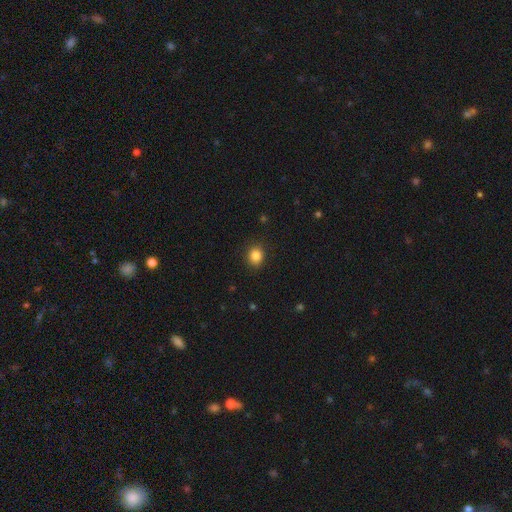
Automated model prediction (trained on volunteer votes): Q: Smooth or featured?
A: smooth (85%); runner-up: star or artifact (11%)
Q: How rounded?
A: round (73%); runner-up: in between (27%)
Q: Merging?
A: none (89%); runner-up: minor disturbance (8%)